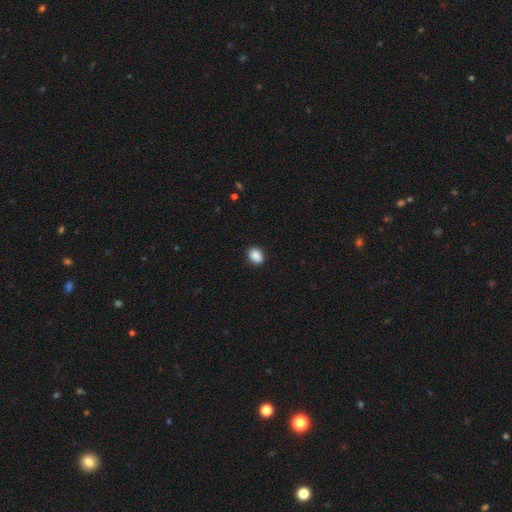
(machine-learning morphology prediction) The model was most divided on "how rounded": in between: 68%, round: 31%, cigar-shaped: 1%. More confident: smooth or featured — smooth (89%); merging — none (88%).